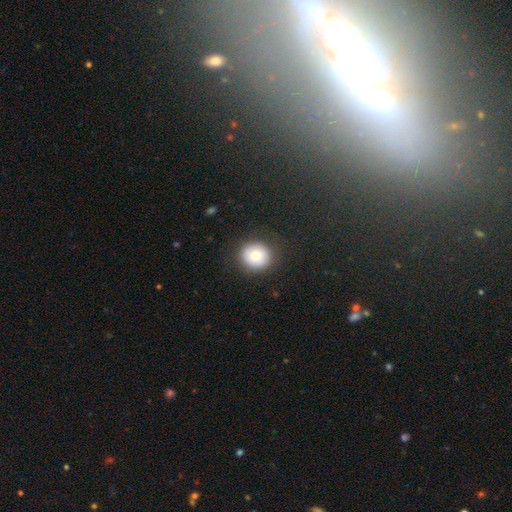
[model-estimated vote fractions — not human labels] smooth_or_featured: smooth (p=0.77) [alt: featured or disk p=0.13]
how_rounded: round (p=0.84) [alt: in between p=0.15]
merging: none (p=0.86) [alt: minor disturbance p=0.09]